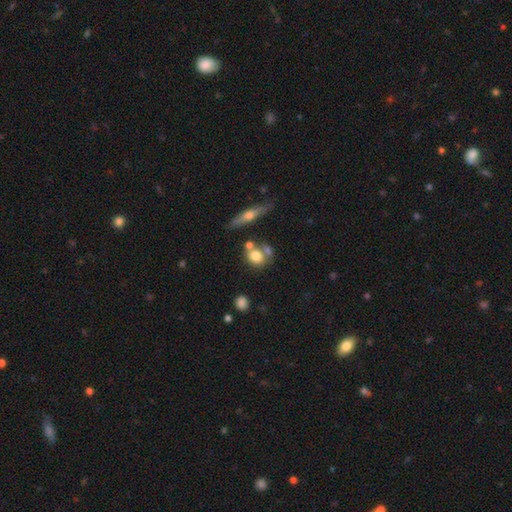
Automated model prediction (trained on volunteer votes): Morphology: type=smooth (73%); roundness=round (57%); merging=none (50%).